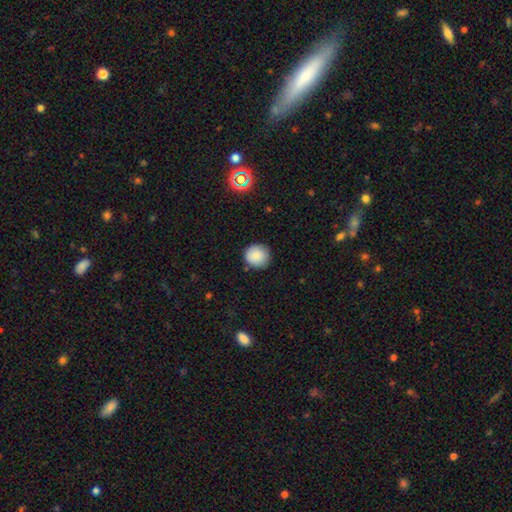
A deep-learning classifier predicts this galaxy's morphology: This appears to be a smooth galaxy with no disk features (87%) that is round (92%). Merging: none (87%).